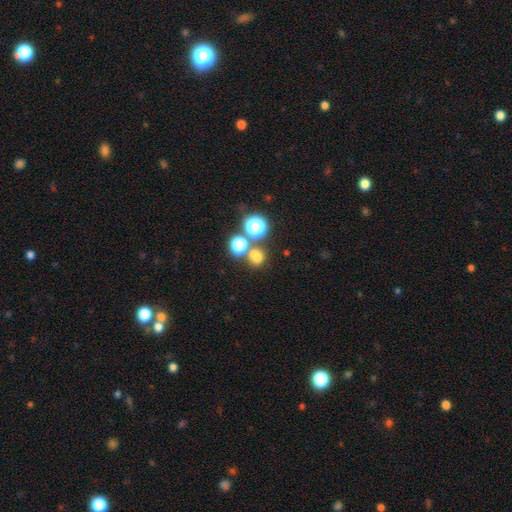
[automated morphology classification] A smooth galaxy with no disk features (65%) that is round (78%). Merging: none (58%).